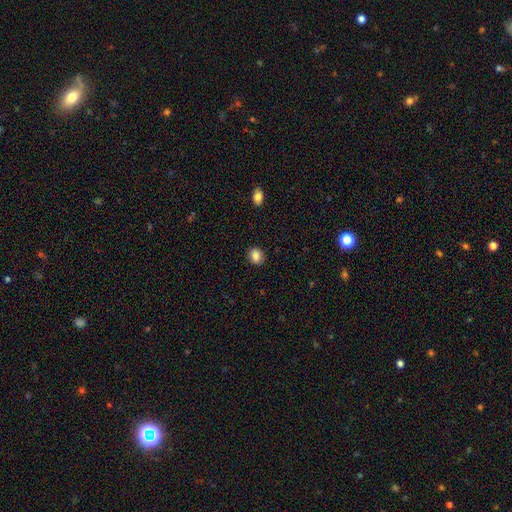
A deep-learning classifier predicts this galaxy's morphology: The model was most divided on "how rounded": round: 64%, in between: 35%, cigar-shaped: 1%. More confident: merging — none (90%); smooth or featured — smooth (86%).